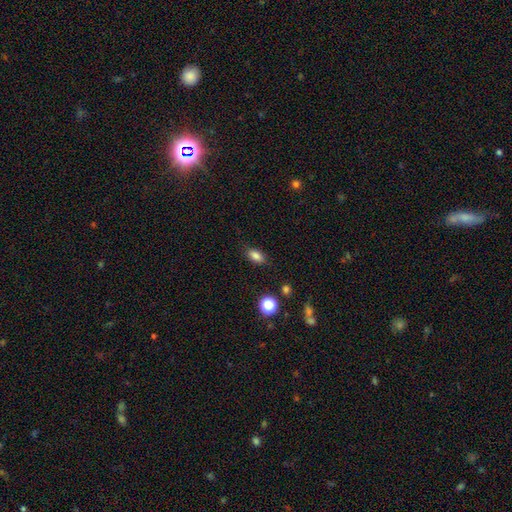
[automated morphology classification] A smooth galaxy with no disk features (83%) that is in between round and cigar-shaped (84%). Merging: none (84%).